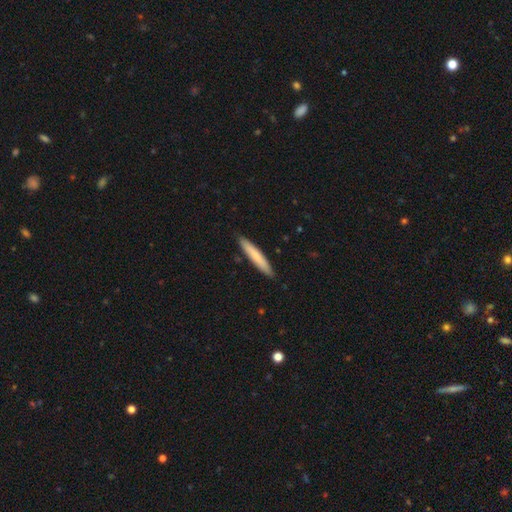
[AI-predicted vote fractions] smooth_or_featured: smooth (p=0.76) [alt: featured or disk p=0.19]
how_rounded: cigar-shaped (p=0.93) [alt: in between p=0.06]
merging: none (p=0.90) [alt: minor disturbance p=0.08]